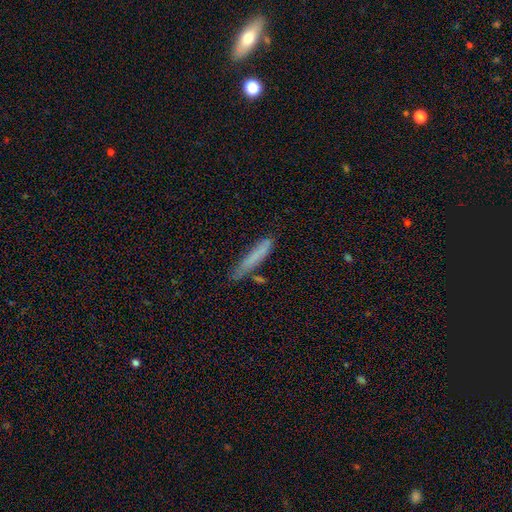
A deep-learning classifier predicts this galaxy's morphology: A smooth galaxy with no disk features (73%) that is cigar-shaped (92%).

Vote fractions:
- Smooth or featured? smooth: 73% / featured or disk: 19% / star or artifact: 8%
- How rounded? cigar-shaped: 92% / in between: 6% / round: 1%
- Merging? none: 71% / minor disturbance: 20% / major disturbance: 5% / merger: 4%